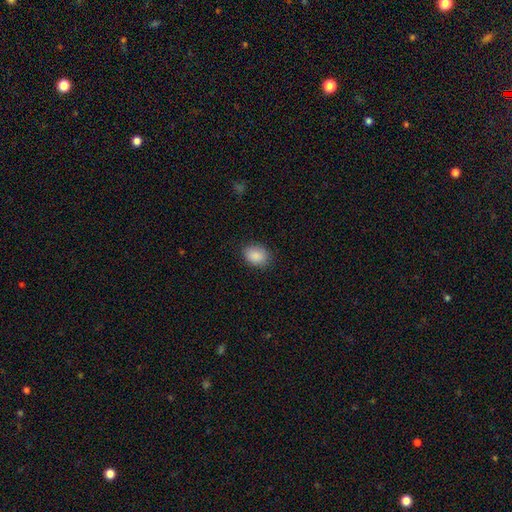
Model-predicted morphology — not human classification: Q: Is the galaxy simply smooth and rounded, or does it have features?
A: smooth — 89%.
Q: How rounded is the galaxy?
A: in between — 66%.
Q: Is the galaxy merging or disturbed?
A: none — 84%.